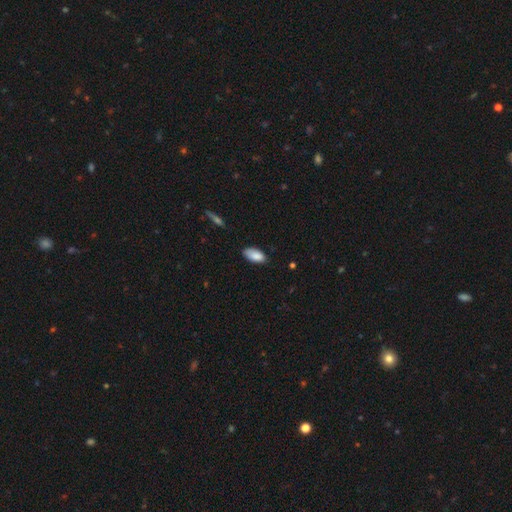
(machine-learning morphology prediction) type=smooth (87%); roundness=in between (93%); merging=none (74%).